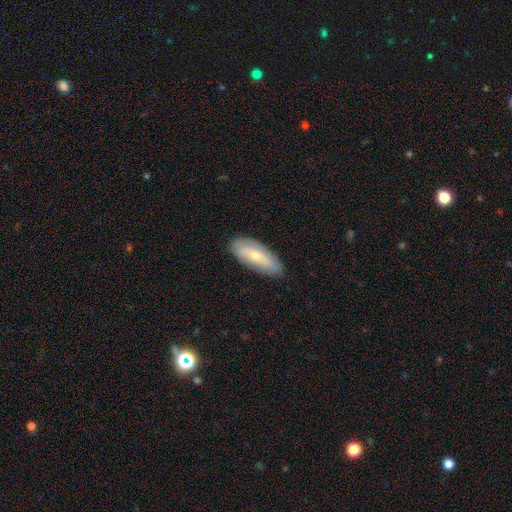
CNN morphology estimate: This is possibly a smooth galaxy (58%). How rounded: likely in between (72%). Merging: clearly none (86%).